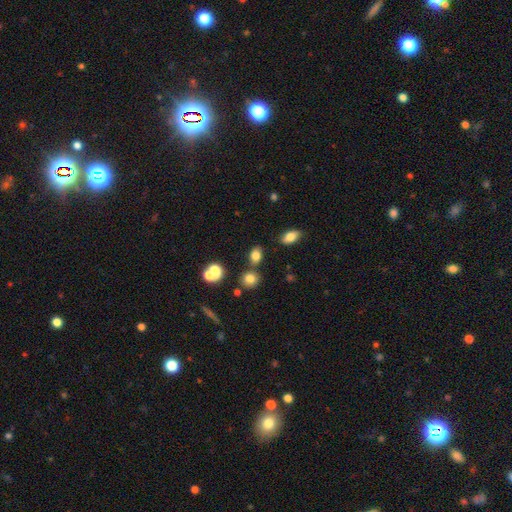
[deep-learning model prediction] Smooth or featured: smooth — 77% (star or artifact — 15%)
How rounded: in between — 63% (round — 34%)
Merging: none — 71% (minor disturbance — 12%)